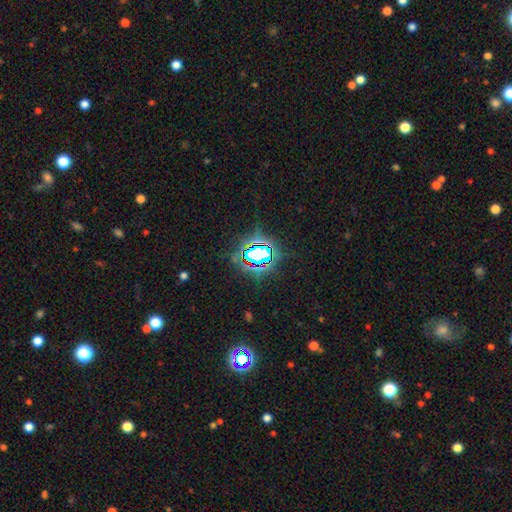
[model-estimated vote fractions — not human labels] star or artifact 72%, smooth 16%, featured or disk 12%.